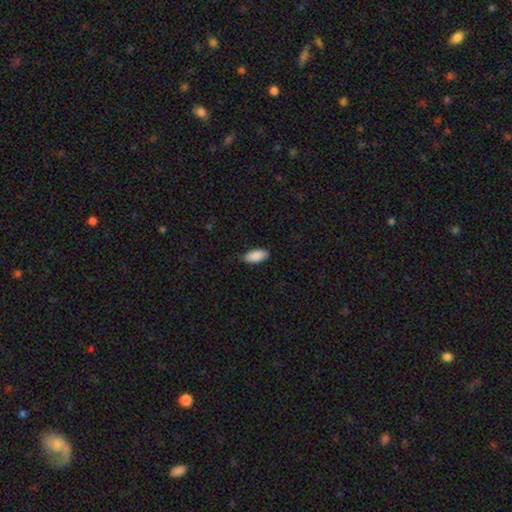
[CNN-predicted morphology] Smooth or featured? Predicted: smooth (p=0.90). How rounded? Predicted: in between (p=0.90). Merging? Predicted: none (p=0.82).